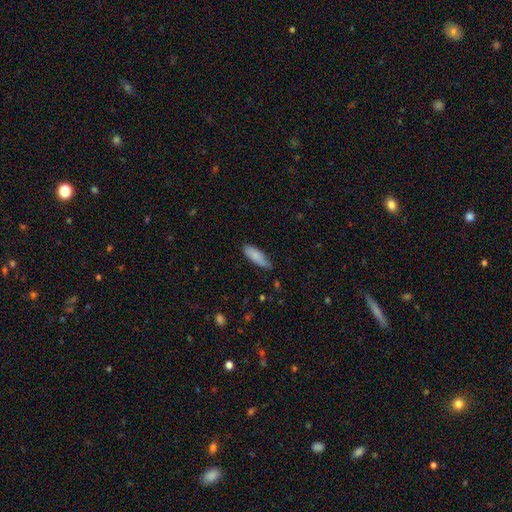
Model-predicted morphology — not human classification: This is clearly a smooth galaxy (83%). How rounded: possibly in between (58%). Merging: likely none (66%).